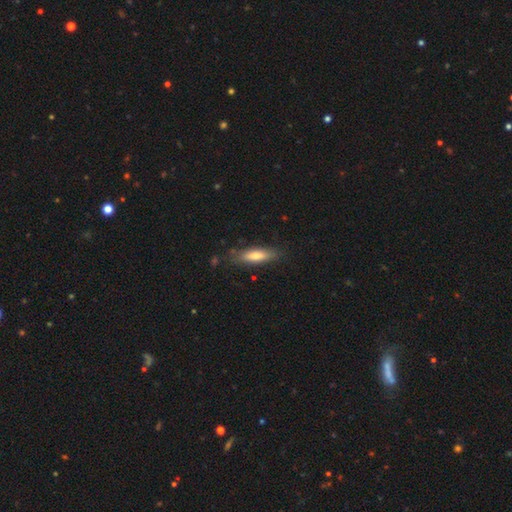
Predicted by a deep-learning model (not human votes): A smooth galaxy with no disk features (68%) that is cigar-shaped (59%). Merging: none (80%).